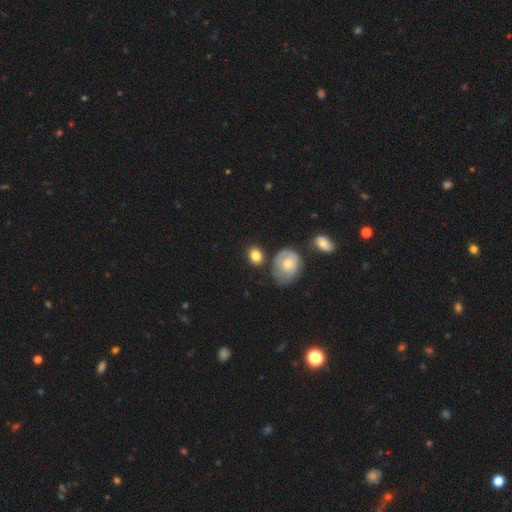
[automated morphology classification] A smooth galaxy with no disk features (81%) that is in between round and cigar-shaped (52%).

Vote fractions:
- Smooth or featured? smooth: 81% / featured or disk: 11% / star or artifact: 8%
- How rounded? in between: 52% / round: 47% / cigar-shaped: 1%
- Merging? none: 67% / minor disturbance: 18% / merger: 9% / major disturbance: 6%